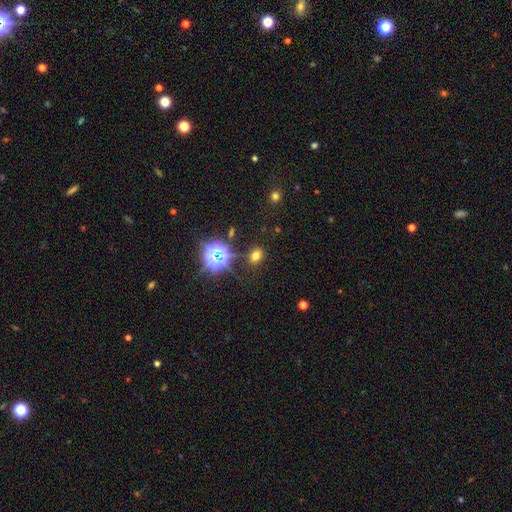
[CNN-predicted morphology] smooth 64%, star or artifact 29%, featured or disk 8%. Down the decision tree: how rounded — in between (62%); merging — none (81%).